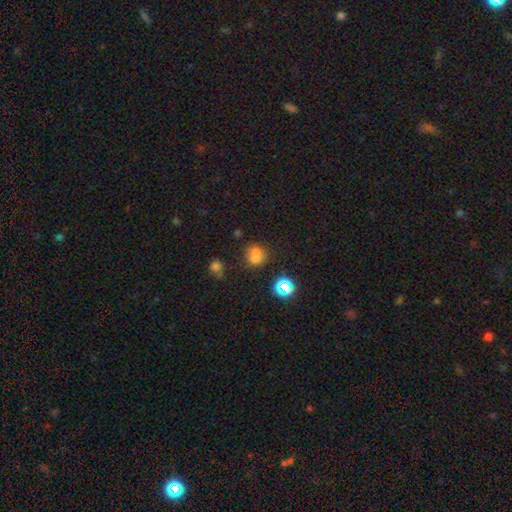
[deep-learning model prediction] smooth 66%, star or artifact 21%, featured or disk 14%. Down the decision tree: how rounded — round (78%); merging — none (45%).